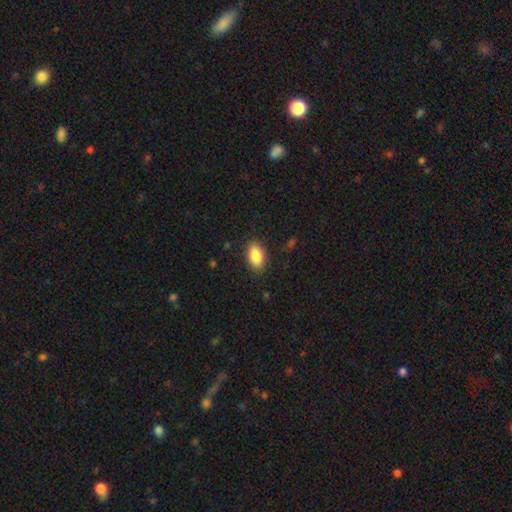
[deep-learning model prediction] The model was most divided on "merging": none: 87%, minor disturbance: 10%, major disturbance: 3%, merger: 1%. More confident: how rounded — in between (91%); smooth or featured — smooth (87%).